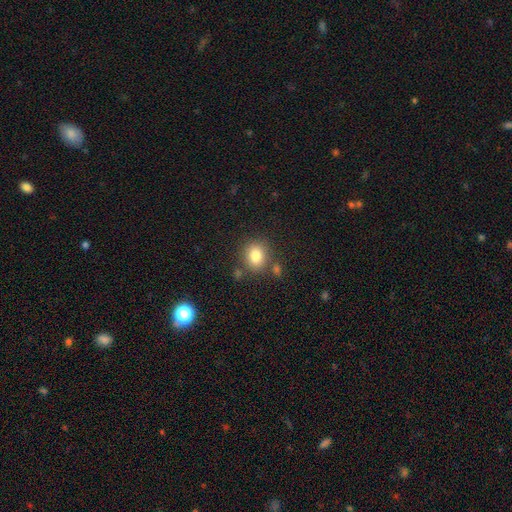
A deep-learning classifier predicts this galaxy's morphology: type=smooth (83%); roundness=round (62%); merging=none (75%).